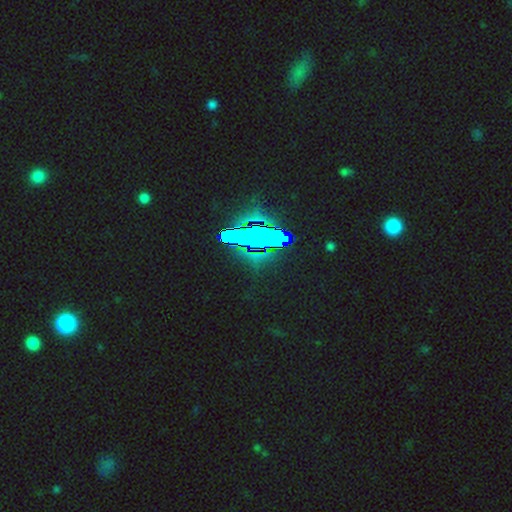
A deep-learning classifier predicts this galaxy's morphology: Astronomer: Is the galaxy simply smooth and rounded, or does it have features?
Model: star or artifact — 81%.